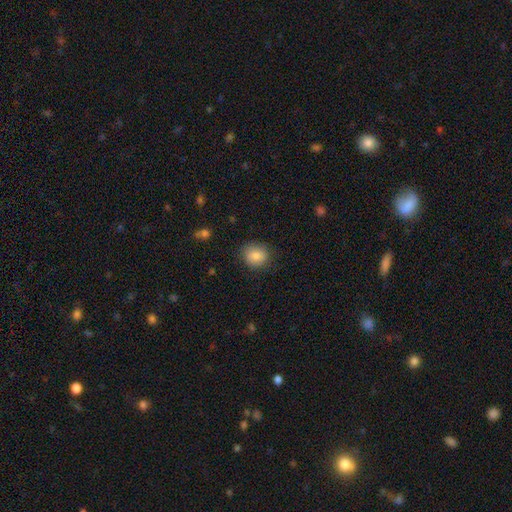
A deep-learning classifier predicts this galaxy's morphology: This appears to be a smooth galaxy with no disk features (84%) that is round (80%). Merging: none (83%).